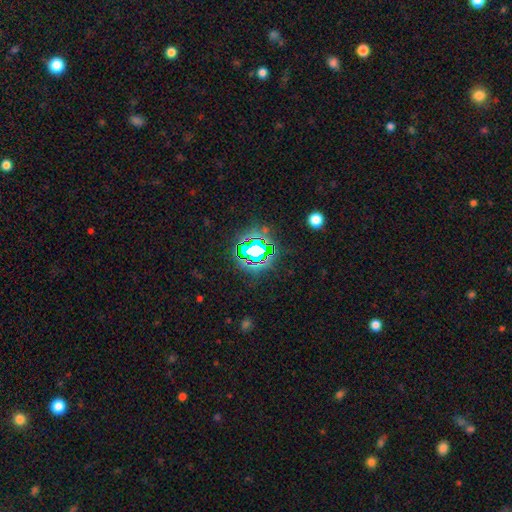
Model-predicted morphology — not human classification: This is likely a star or artifact rather than a galaxy (73%).